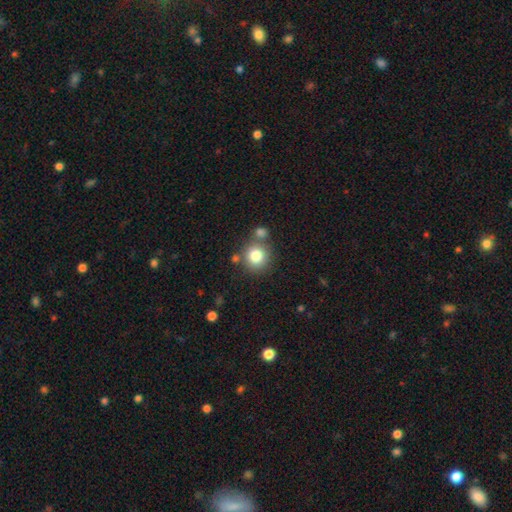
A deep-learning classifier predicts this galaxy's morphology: Smooth or featured? smooth (80%)
How rounded? round (90%)
Merging? none (68%)